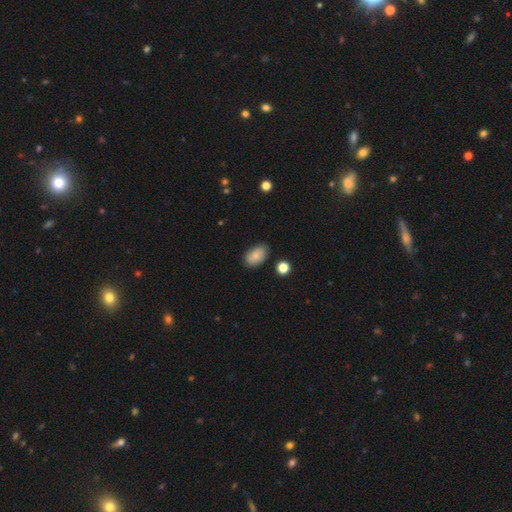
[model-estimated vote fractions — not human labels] This appears to be a smooth galaxy with no disk features (82%) that is in between round and cigar-shaped (90%). Merging: none (78%).